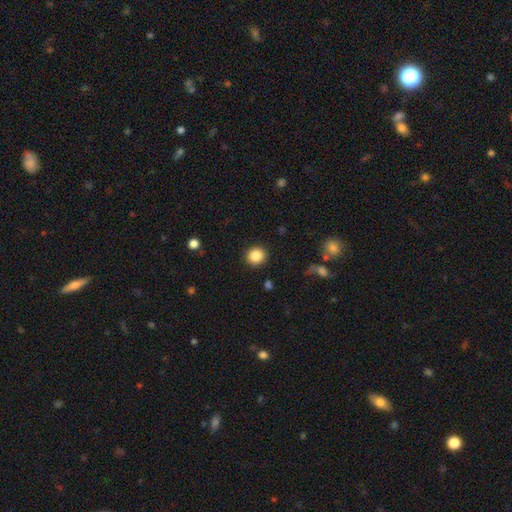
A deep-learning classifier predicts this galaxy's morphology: Overall: smooth (86%). How rounded: round (90%). Merging: none (90%).